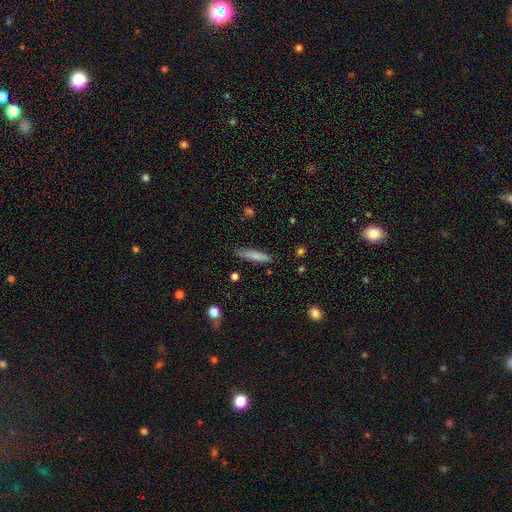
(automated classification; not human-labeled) smooth 77%, featured or disk 16%, star or artifact 7%. Down the decision tree: how rounded — cigar-shaped (87%); merging — none (85%).